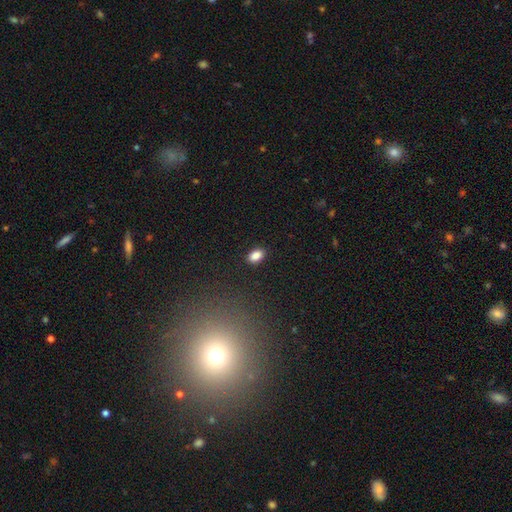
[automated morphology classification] The model was most divided on "how rounded": in between: 87%, round: 11%, cigar-shaped: 2%. More confident: merging — none (88%); smooth or featured — smooth (86%).